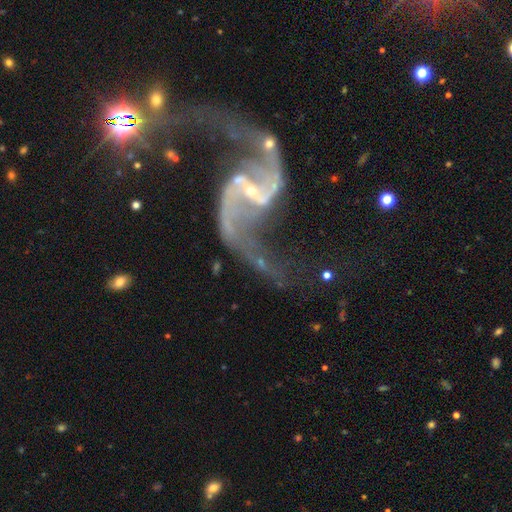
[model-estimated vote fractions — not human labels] smooth-or-featured: featured or disk: 92% | star or artifact: 5% | smooth: 2%
  disk-edge-on: no: 98% | yes: 2%
    bar: weak: 45% | no: 28% | strong: 26%
    has-spiral-arms: yes: 98% | no: 2%
      spiral-winding: loose: 76% | medium: 19% | tight: 5%
      spiral-arm-count: 2: 94% | 1: 1% | can't tell: 1% | 3: 1% | 4: 1% | more than 4: 1%
    bulge-size: small: 73% | moderate: 14% | none: 10% | large: 2% | dominant: 1%
  merging: none: 58% | minor disturbance: 16% | major disturbance: 16% | merger: 10%